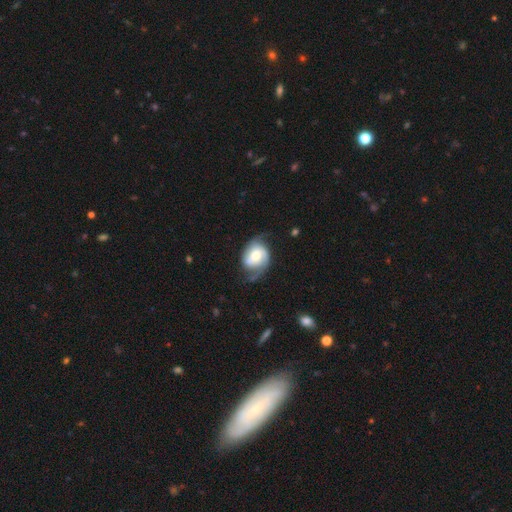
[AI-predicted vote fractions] A featured or disk galaxy (68%) with no bar (55%), 2 (74%) medium (40%) spiral arms (89%) and a moderate central bulge (60%).

Vote fractions:
- Smooth or featured? featured or disk: 68% / smooth: 26% / star or artifact: 6%
- Edge-on disk? no: 97% / yes: 3%
- Bar? no: 55% / weak: 33% / strong: 11%
- Spiral arms? yes: 89% / no: 11%
- Spiral winding? medium: 40% / loose: 31% / tight: 29%
- Spiral arm count? 2: 74% / 1: 12% / can't tell: 9% / 3: 3% / 4: 1% / more than 4: 1%
- Bulge size? moderate: 60% / small: 18% / large: 17% / dominant: 3% / none: 2%
- Merging? none: 52% / minor disturbance: 28% / major disturbance: 19% / merger: 2%